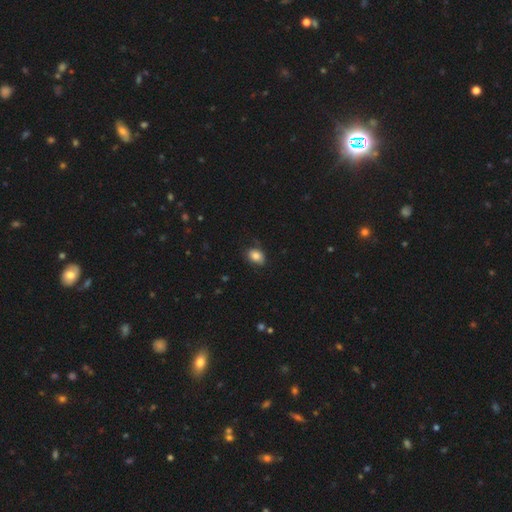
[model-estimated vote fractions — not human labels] A smooth galaxy with no disk features (83%) that is in between round and cigar-shaped (77%).

Vote fractions:
- Smooth or featured? smooth: 83% / star or artifact: 8% / featured or disk: 8%
- How rounded? in between: 77% / round: 22% / cigar-shaped: 1%
- Merging? none: 73% / minor disturbance: 21% / major disturbance: 6% / merger: 1%